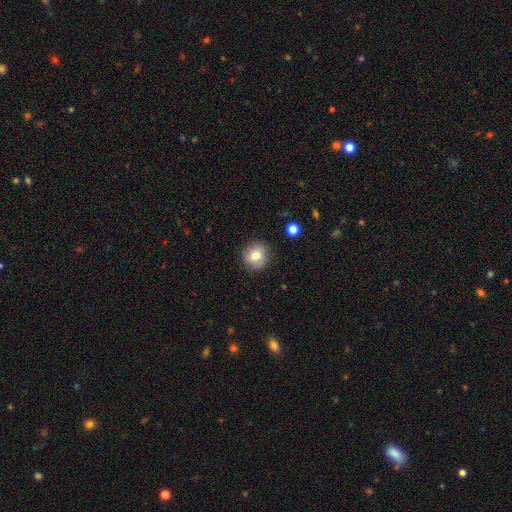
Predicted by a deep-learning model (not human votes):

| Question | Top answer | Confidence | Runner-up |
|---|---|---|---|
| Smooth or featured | smooth | 75% | featured or disk (14%) |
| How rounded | round | 86% | in between (13%) |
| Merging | none | 83% | minor disturbance (12%) |